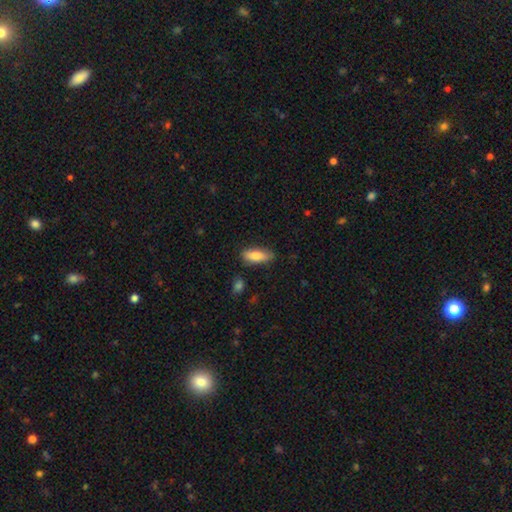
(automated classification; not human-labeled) Q: Smooth or featured?
A: smooth (81%); runner-up: featured or disk (13%)
Q: How rounded?
A: in between (66%); runner-up: cigar-shaped (32%)
Q: Merging?
A: none (77%); runner-up: minor disturbance (18%)